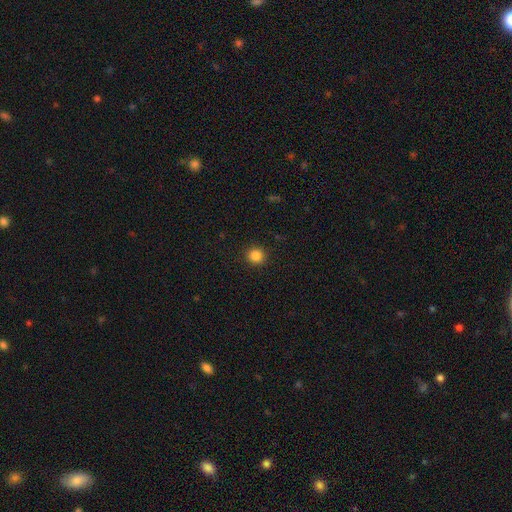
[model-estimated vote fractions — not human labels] smooth-or-featured: smooth: 85% | star or artifact: 11% | featured or disk: 4%
  how-rounded: round: 93% | in between: 6% | cigar-shaped: 1%
  merging: none: 92% | minor disturbance: 5% | major disturbance: 2% | merger: 1%